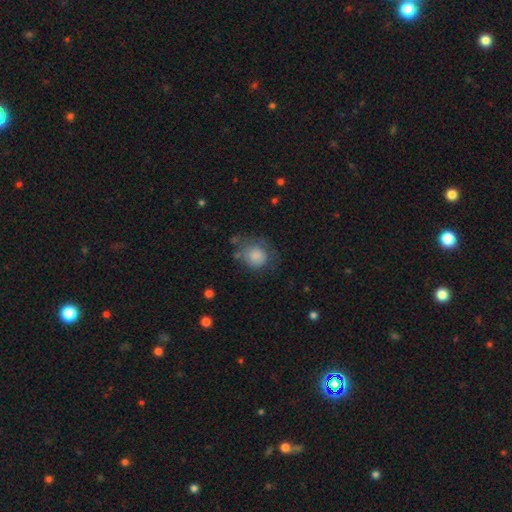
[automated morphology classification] Q: Smooth or featured?
A: smooth (79%); runner-up: featured or disk (13%)
Q: How rounded?
A: round (76%); runner-up: in between (24%)
Q: Merging?
A: none (51%); runner-up: minor disturbance (28%)